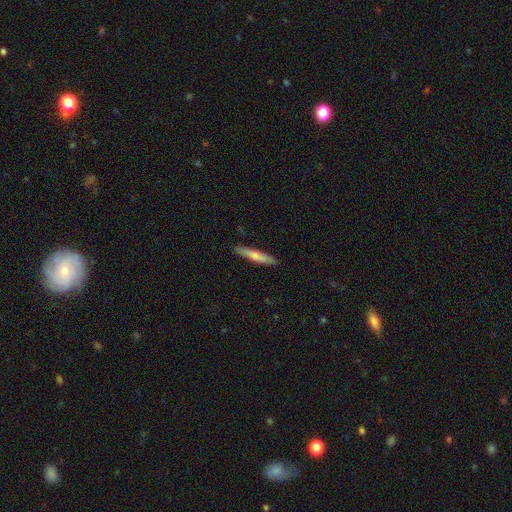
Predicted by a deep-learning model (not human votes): The model was most divided on "smooth or featured": smooth: 69%, featured or disk: 25%, star or artifact: 5%. More confident: how rounded — cigar-shaped (91%); merging — none (90%).